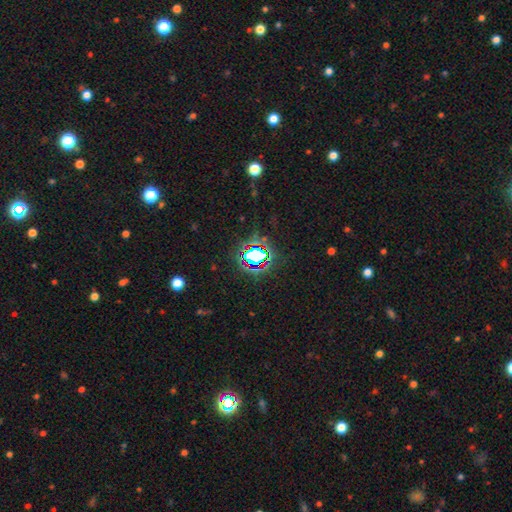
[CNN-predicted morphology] A star or artifact, not a galaxy (71%).

Vote fractions:
- Smooth or featured? star or artifact: 71% / smooth: 18% / featured or disk: 11%